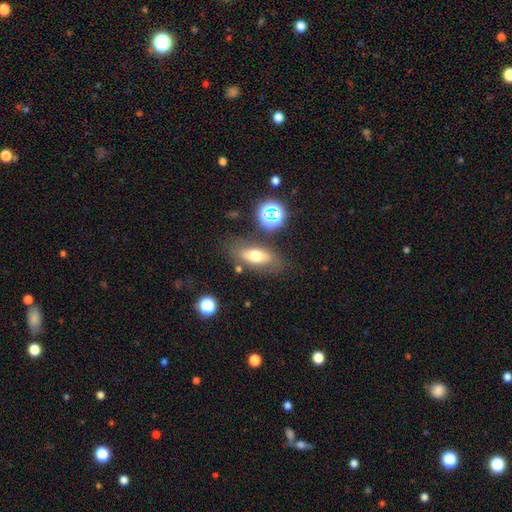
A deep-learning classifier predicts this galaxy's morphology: Overall: smooth (59%; featured or disk 29%). How rounded: in between (79%). Merging: none (73%).